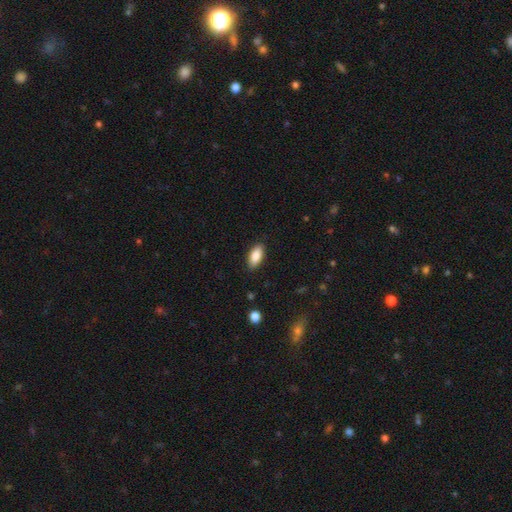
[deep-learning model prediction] The model was most divided on "how rounded": in between: 88%, cigar-shaped: 10%, round: 2%. More confident: merging — none (88%); smooth or featured — smooth (87%).